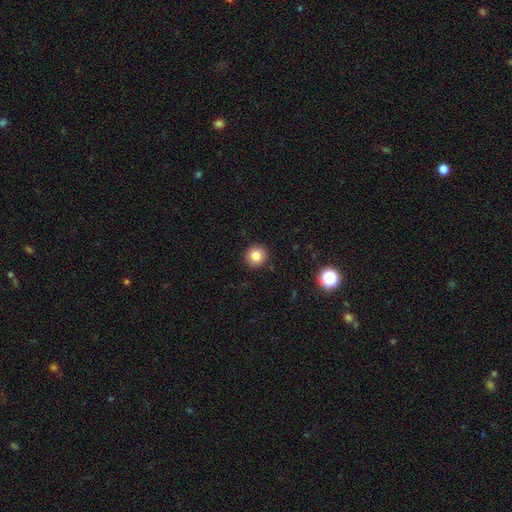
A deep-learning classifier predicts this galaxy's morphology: smooth 82%, star or artifact 11%, featured or disk 7%. Down the decision tree: how rounded — round (95%); merging — none (92%).